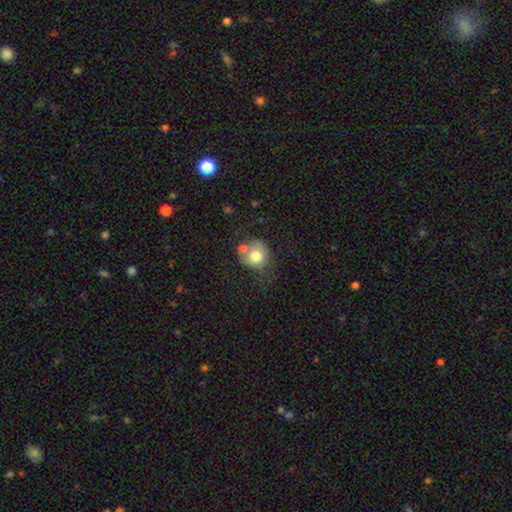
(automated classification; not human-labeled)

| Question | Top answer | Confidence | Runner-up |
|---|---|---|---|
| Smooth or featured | smooth | 73% | featured or disk (18%) |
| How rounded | round | 78% | in between (21%) |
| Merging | none | 39% | merger (27%) |